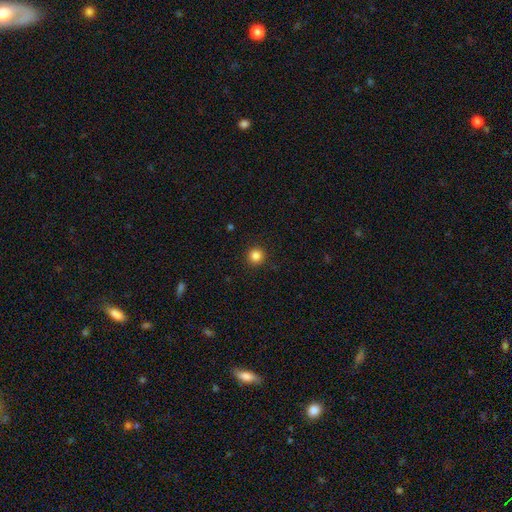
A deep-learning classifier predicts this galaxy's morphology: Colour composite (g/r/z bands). It shows a smooth galaxy with no disk features (84%) that is round (95%). Merging: none (92%).